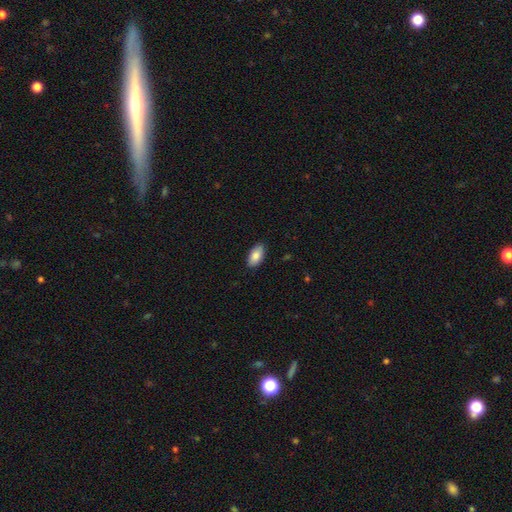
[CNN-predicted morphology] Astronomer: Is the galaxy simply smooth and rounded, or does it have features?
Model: smooth — 86%.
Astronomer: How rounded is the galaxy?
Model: in between — 93%.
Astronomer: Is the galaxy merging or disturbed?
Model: none — 87%.